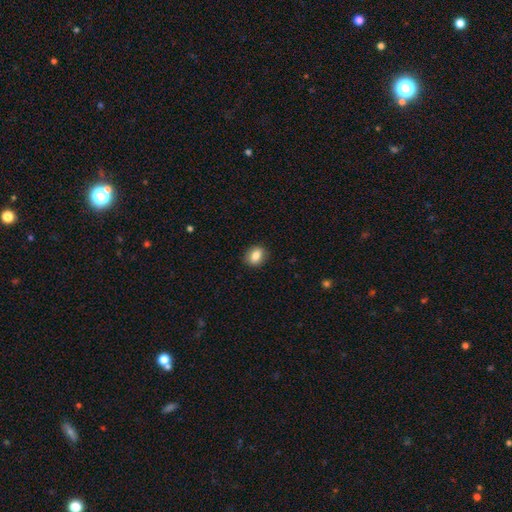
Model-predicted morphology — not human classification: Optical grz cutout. It shows a smooth galaxy with no disk features (83%) that is in between round and cigar-shaped (56%). Merging: none (88%).